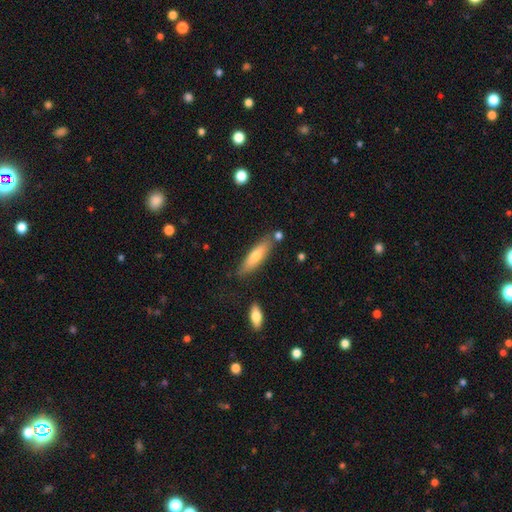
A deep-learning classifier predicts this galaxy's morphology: The model was most divided on "smooth or featured": smooth: 63%, featured or disk: 30%, star or artifact: 7%. More confident: merging — none (77%); how rounded — cigar-shaped (69%).